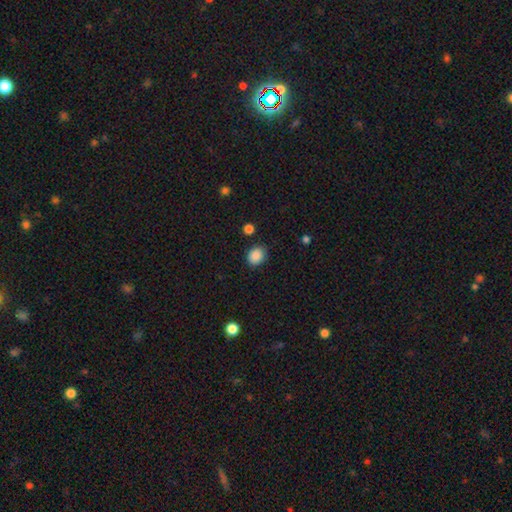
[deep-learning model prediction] A smooth galaxy with no disk features (88%) that is in between round and cigar-shaped (50%, tied with round). Merging: none (82%).